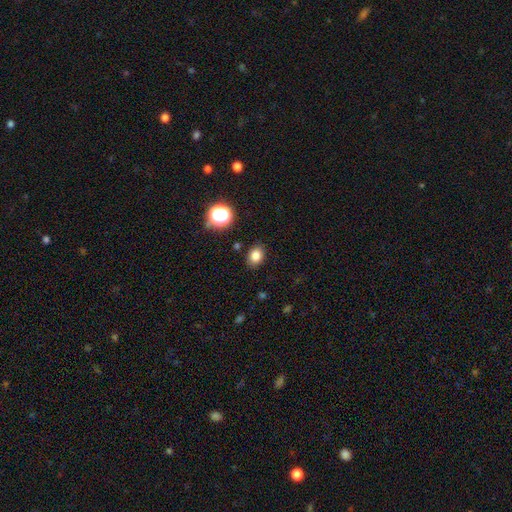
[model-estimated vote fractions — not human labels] smooth_or_featured: smooth (p=0.82) [alt: star or artifact p=0.13]
how_rounded: in between (p=0.61) [alt: round p=0.38]
merging: none (p=0.86) [alt: minor disturbance p=0.10]